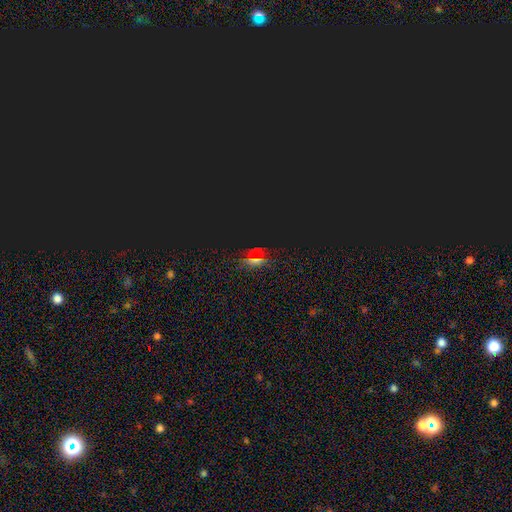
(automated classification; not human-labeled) A star or artifact, not a galaxy (63%).